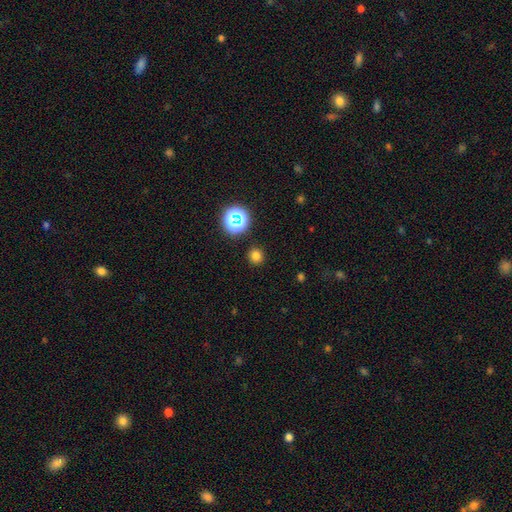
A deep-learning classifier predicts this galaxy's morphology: Overall: smooth (75%). How rounded: round (92%). Merging: none (90%).